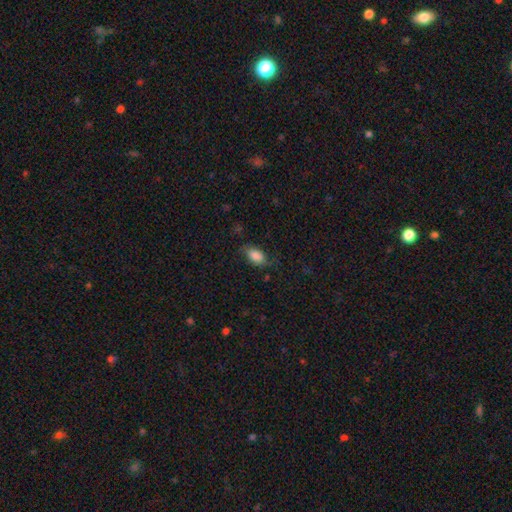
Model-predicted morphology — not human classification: smooth_or_featured: smooth (p=0.84) [alt: featured or disk p=0.09]
how_rounded: in between (p=0.91) [alt: round p=0.06]
merging: none (p=0.67) [alt: minor disturbance p=0.23]